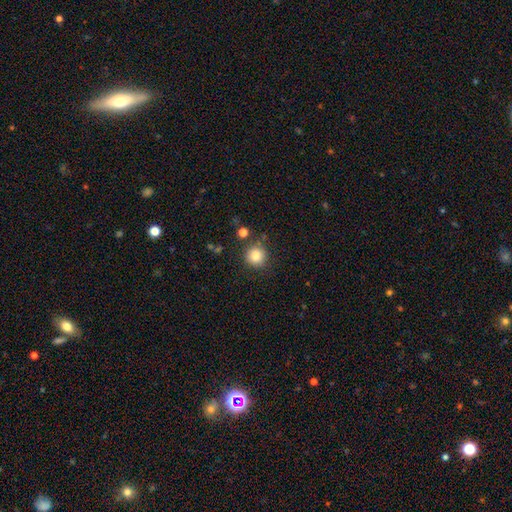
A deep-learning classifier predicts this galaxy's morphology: This is clearly a smooth galaxy (84%). How rounded: clearly round (93%). Merging: clearly none (84%).